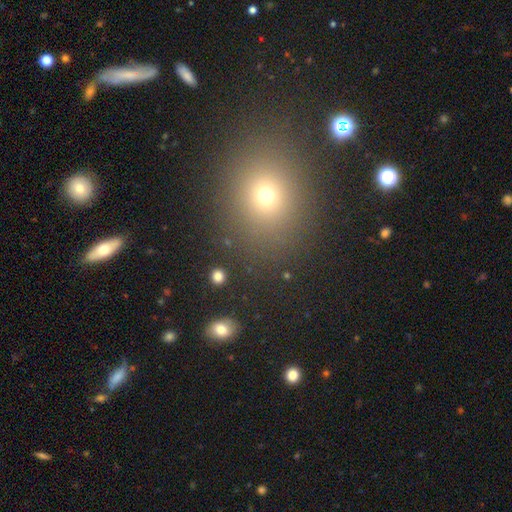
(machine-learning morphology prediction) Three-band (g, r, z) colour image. It shows a smooth galaxy with no disk features (61%) that is round (64%). Merging: none (86%).